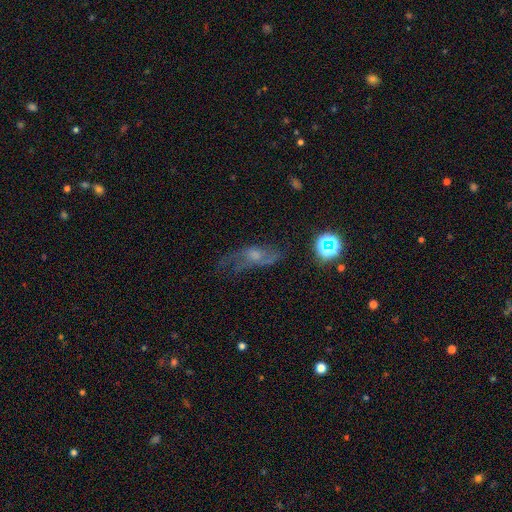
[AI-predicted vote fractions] smooth_or_featured: featured or disk (p=0.51) [alt: smooth p=0.31]
disk_edge_on: no (p=0.83) [alt: yes p=0.17]
merging: none (p=0.47) [alt: major disturbance p=0.27]